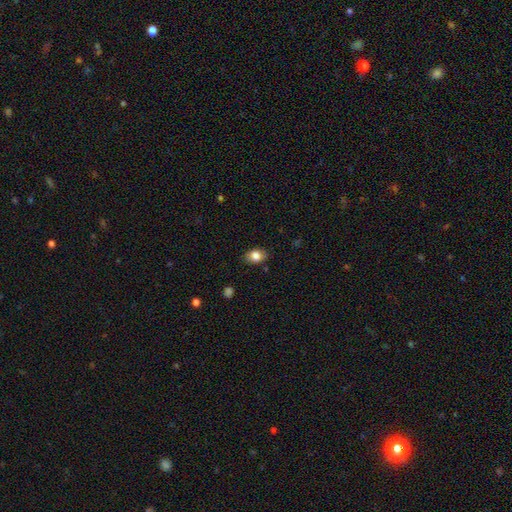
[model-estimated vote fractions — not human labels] Smooth or featured? Predicted: smooth (p=0.82). How rounded? Predicted: in between (p=0.75). Merging? Predicted: none (p=0.84).